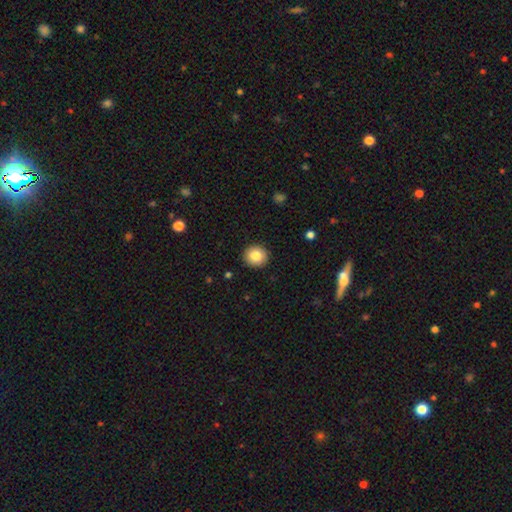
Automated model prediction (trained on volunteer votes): The model was most divided on "smooth or featured": smooth: 83%, star or artifact: 9%, featured or disk: 8%. More confident: merging — none (92%); how rounded — round (90%).